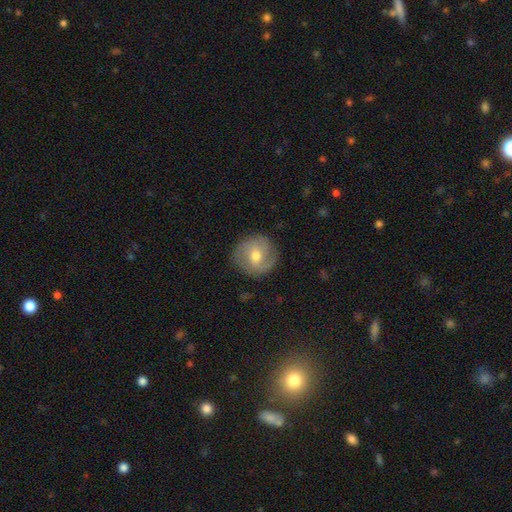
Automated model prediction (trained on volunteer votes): Smooth or featured?
  - smooth: 46% * (tied)
  - featured or disk: 46% * (tied)
  - star or artifact: 8%
Merging?
  - none: 82% *
  - minor disturbance: 13%
  - major disturbance: 4%
  - merger: 1%